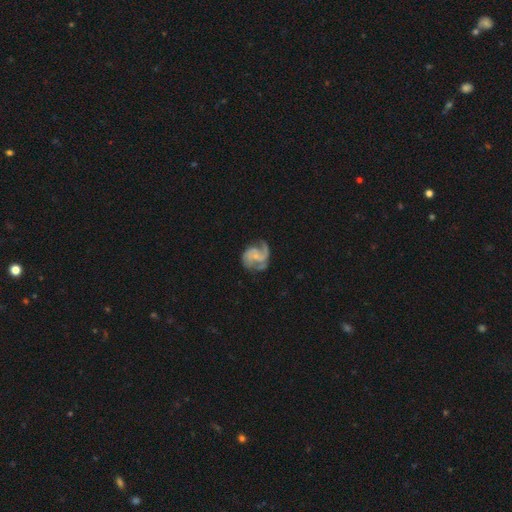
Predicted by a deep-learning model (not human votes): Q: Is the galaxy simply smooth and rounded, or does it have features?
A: featured or disk — 86%.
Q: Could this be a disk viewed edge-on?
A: no — 98%.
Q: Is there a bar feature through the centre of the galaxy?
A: no — 60%.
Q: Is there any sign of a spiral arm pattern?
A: yes — 97%.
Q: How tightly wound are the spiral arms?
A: medium — 54%.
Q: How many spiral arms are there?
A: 2 — 66%.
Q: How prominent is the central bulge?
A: small — 69%.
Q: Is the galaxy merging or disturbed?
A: none — 62%.